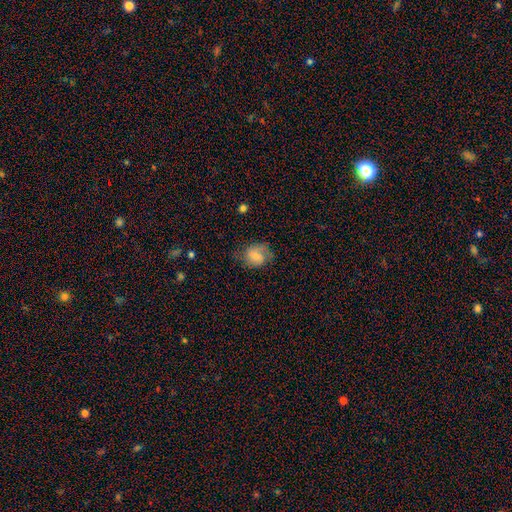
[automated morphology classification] A smooth galaxy with no disk features (50%) that is in between round and cigar-shaped (51%). Merging: none (57%).